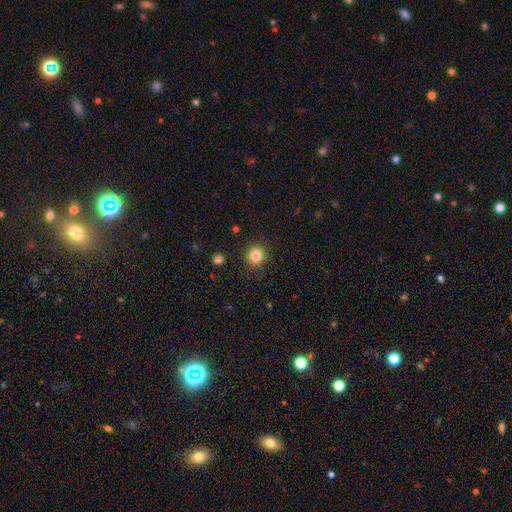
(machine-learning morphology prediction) The model was most divided on "smooth or featured": smooth: 84%, star or artifact: 11%, featured or disk: 5%. More confident: merging — none (90%); how rounded — round (89%).